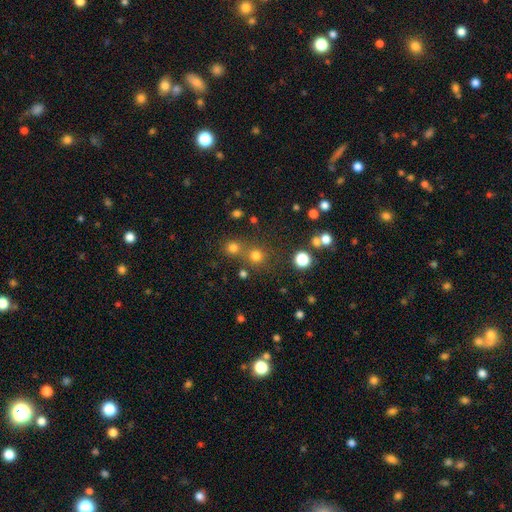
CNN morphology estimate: Smooth or featured: smooth — 73% (star or artifact — 20%)
How rounded: round — 92% (in between — 7%)
Merging: none — 66% (merger — 23%)